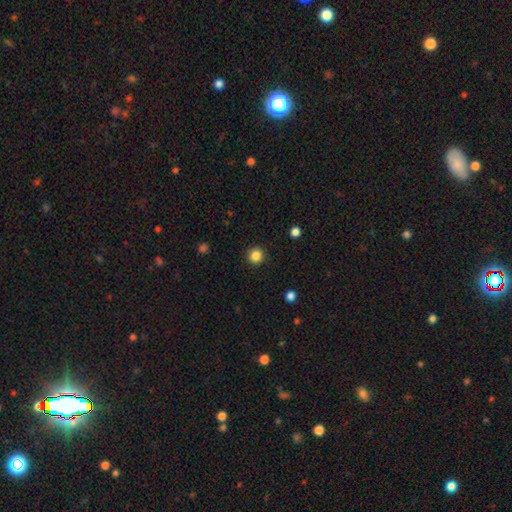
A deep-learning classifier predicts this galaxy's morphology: smooth 85%, star or artifact 11%, featured or disk 3%. Down the decision tree: how rounded — round (94%); merging — none (92%).